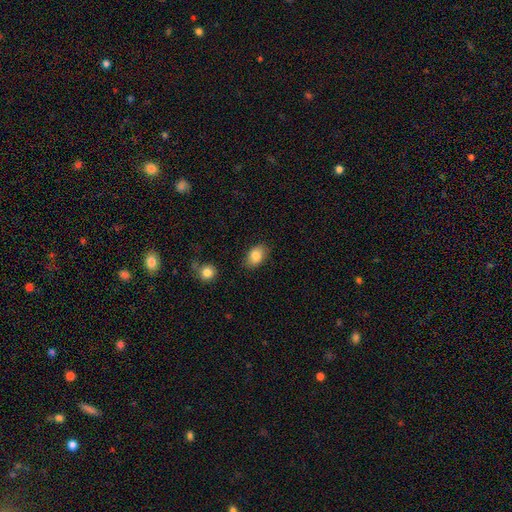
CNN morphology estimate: type=smooth (84%); roundness=in between (84%); merging=none (82%).